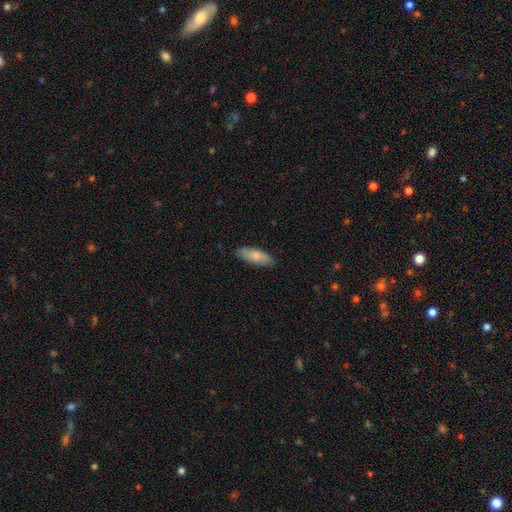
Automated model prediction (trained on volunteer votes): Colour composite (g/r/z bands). It shows a smooth galaxy with no disk features (76%) that is in between round and cigar-shaped (66%). Merging: none (85%).